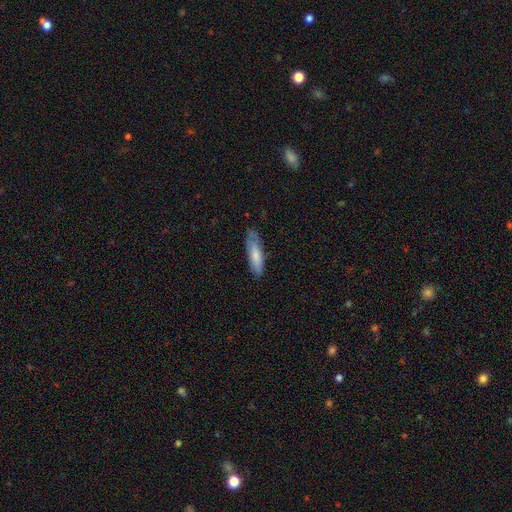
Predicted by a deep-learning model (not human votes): smooth 75%, featured or disk 19%, star or artifact 6%. Down the decision tree: how rounded — cigar-shaped (55%); merging — none (72%).